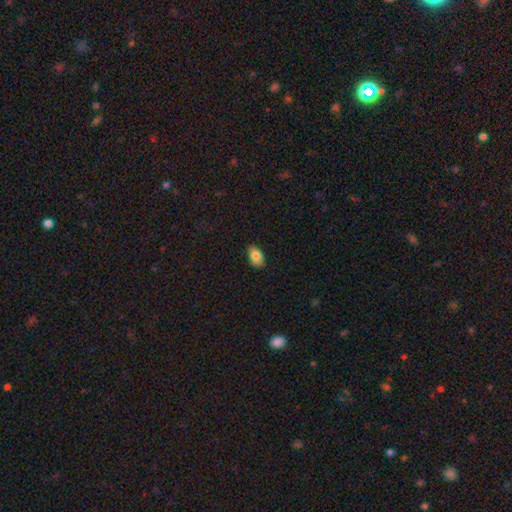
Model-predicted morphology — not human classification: A smooth galaxy with no disk features (84%) that is in between round and cigar-shaped (90%).

Vote fractions:
- Smooth or featured? smooth: 84% / featured or disk: 8% / star or artifact: 8%
- How rounded? in between: 90% / round: 9% / cigar-shaped: 2%
- Merging? none: 82% / minor disturbance: 14% / major disturbance: 2% / merger: 1%